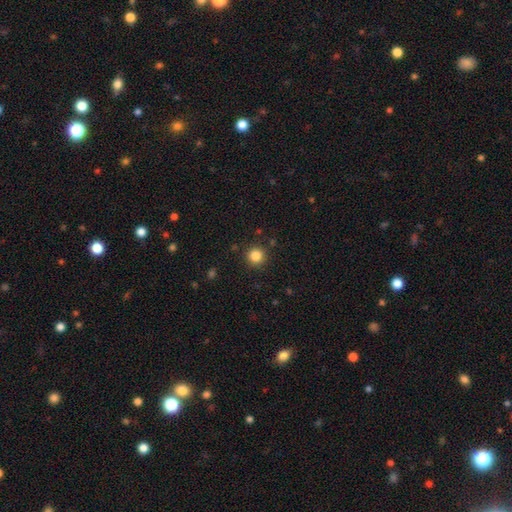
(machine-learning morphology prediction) This appears to be a smooth galaxy with no disk features (84%) that is round (95%). Merging: none (91%).